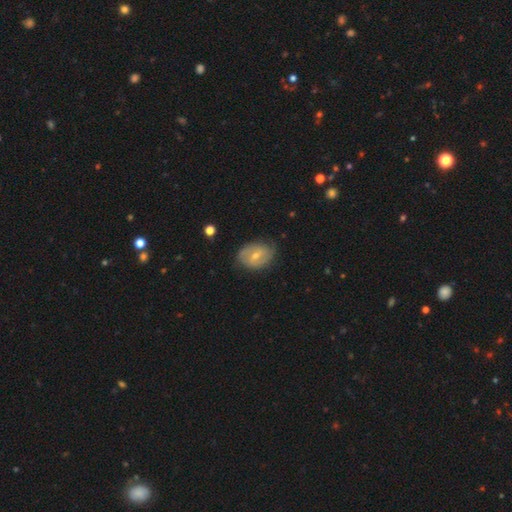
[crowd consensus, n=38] Q: Smooth or featured?
A: featured or disk (61%); runner-up: smooth (32%)
Q: Edge-on disk?
A: no (96%); runner-up: yes (4%)
Q: Bar?
A: weak (64%); runner-up: strong (18%)
Q: Spiral arms?
A: yes (64%); runner-up: no (36%)
Q: Spiral winding?
A: medium (43%); runner-up: tight (29%)
Q: Spiral arm count?
A: 2 (57%); runner-up: can't tell (36%)
Q: Bulge size?
A: moderate (55%); runner-up: small (45%)
Q: Merging?
A: none (66%); runner-up: minor disturbance (29%)